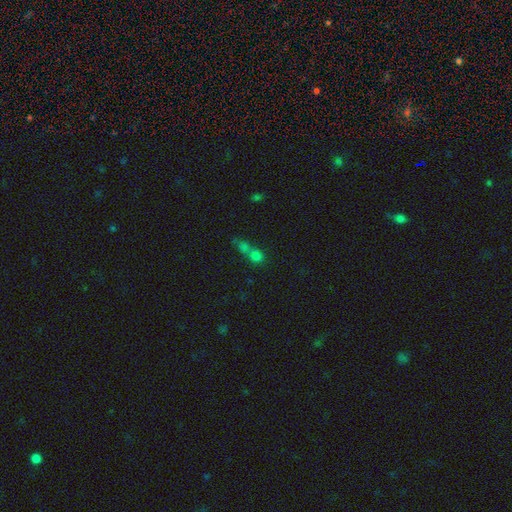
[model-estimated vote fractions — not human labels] smooth-or-featured: smooth: 66% | star or artifact: 21% | featured or disk: 13%
  how-rounded: round: 70% | in between: 25% | cigar-shaped: 5%
  merging: merger: 61% | none: 27% | minor disturbance: 7% | major disturbance: 5%